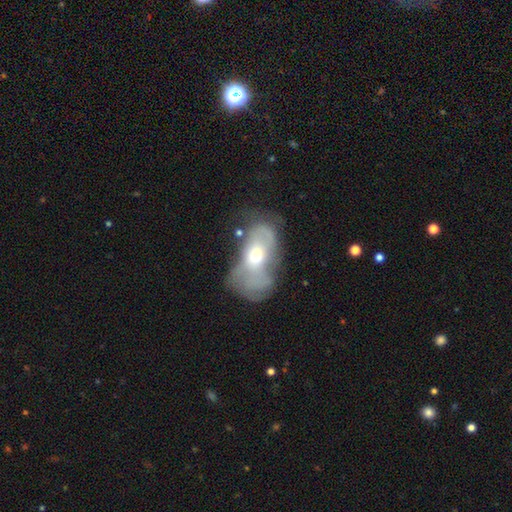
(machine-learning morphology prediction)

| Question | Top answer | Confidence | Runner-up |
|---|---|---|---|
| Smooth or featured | featured or disk | 50% | smooth (41%) |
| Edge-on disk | no | 93% | yes (7%) |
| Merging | major disturbance | 39% | minor disturbance (24%) |